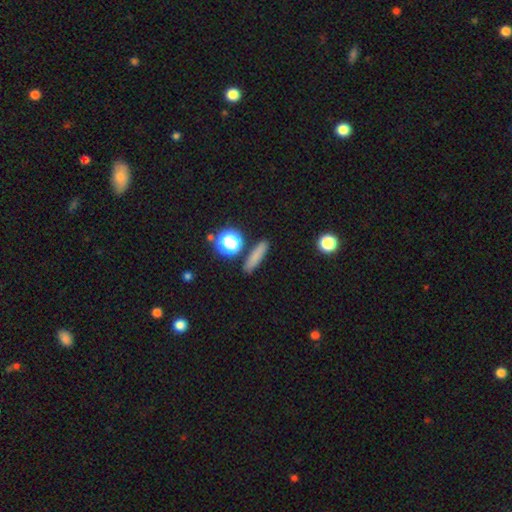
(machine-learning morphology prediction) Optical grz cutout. It shows a smooth galaxy with no disk features (76%) that is cigar-shaped (72%). Merging: none (85%).